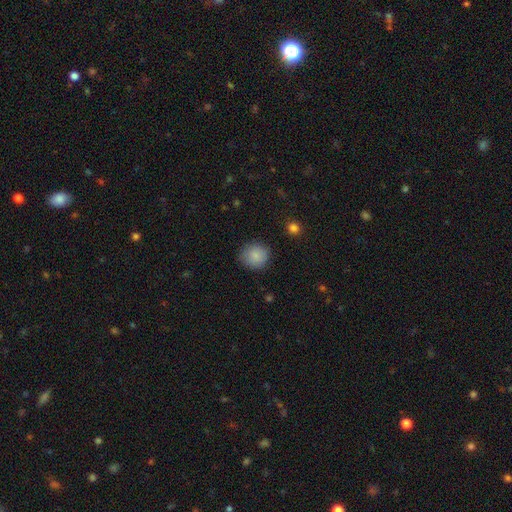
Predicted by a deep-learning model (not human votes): smooth 86%, star or artifact 8%, featured or disk 5%. Down the decision tree: how rounded — round (89%); merging — none (84%).